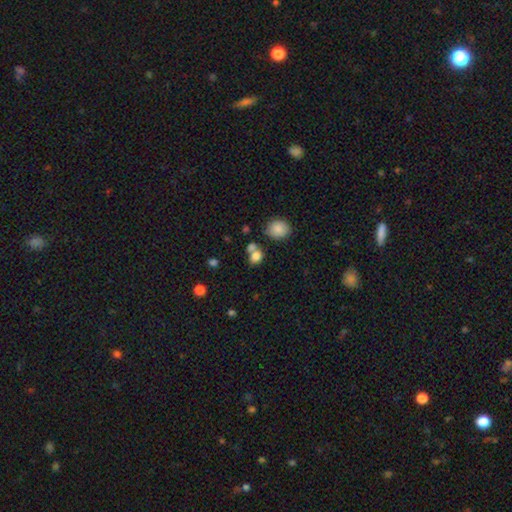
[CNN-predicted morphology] The model was most divided on "merging": none: 45%, merger: 39%, minor disturbance: 11%, major disturbance: 5%. More confident: smooth or featured — smooth (80%); how rounded — round (53%).